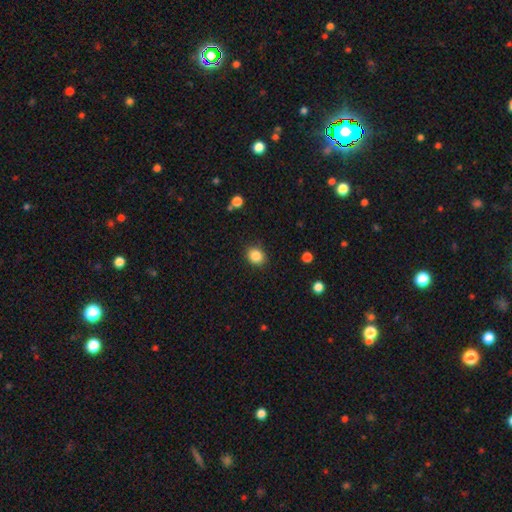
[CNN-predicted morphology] A smooth galaxy with no disk features (86%) that is round (68%).

Vote fractions:
- Smooth or featured? smooth: 86% / star or artifact: 10% / featured or disk: 4%
- How rounded? round: 68% / in between: 31% / cigar-shaped: 1%
- Merging? none: 88% / minor disturbance: 9% / major disturbance: 2% / merger: 1%